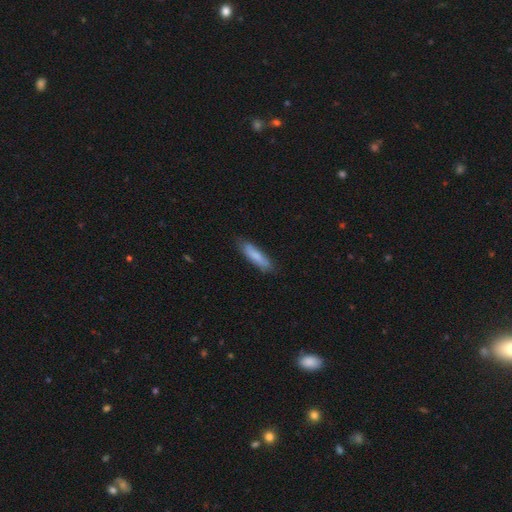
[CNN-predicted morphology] Smooth or featured? smooth (80%)
How rounded? cigar-shaped (71%)
Merging? none (81%)